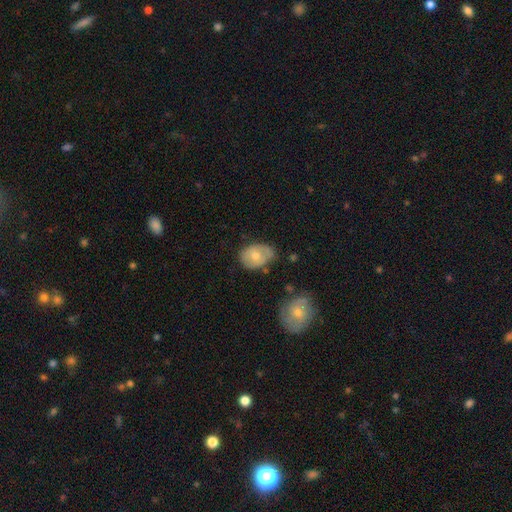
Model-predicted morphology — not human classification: A smooth galaxy with no disk features (63%) that is in between round and cigar-shaped (78%).

Vote fractions:
- Smooth or featured? smooth: 63% / featured or disk: 31% / star or artifact: 6%
- How rounded? in between: 78% / round: 21% / cigar-shaped: 1%
- Merging? none: 56% / minor disturbance: 32% / major disturbance: 8% / merger: 4%